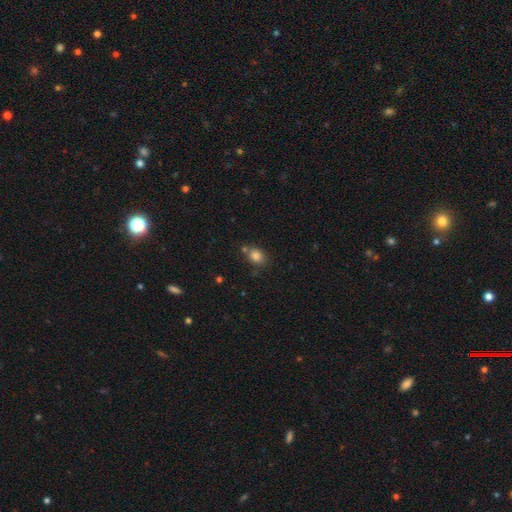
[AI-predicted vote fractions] Smooth or featured: smooth — 81% (star or artifact — 11%)
How rounded: in between — 49% (tied with round — 49%)
Merging: none — 65% (merger — 16%)